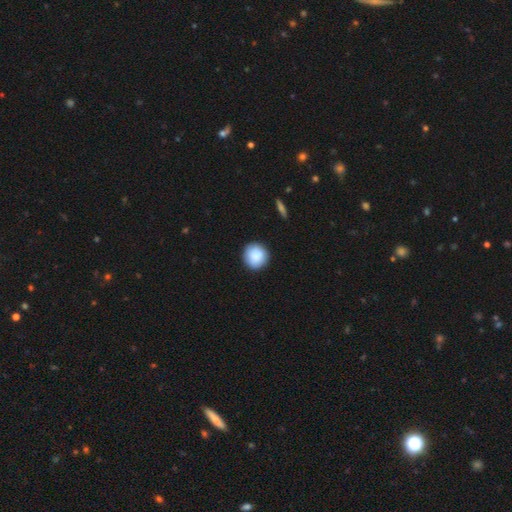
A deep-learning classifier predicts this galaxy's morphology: Smooth or featured?
  - smooth: 88% *
  - star or artifact: 7%
  - featured or disk: 5%
How rounded?
  - round: 91% *
  - in between: 8%
  - cigar-shaped: 1%
Merging?
  - none: 89% *
  - minor disturbance: 8%
  - major disturbance: 2%
  - merger: 1%